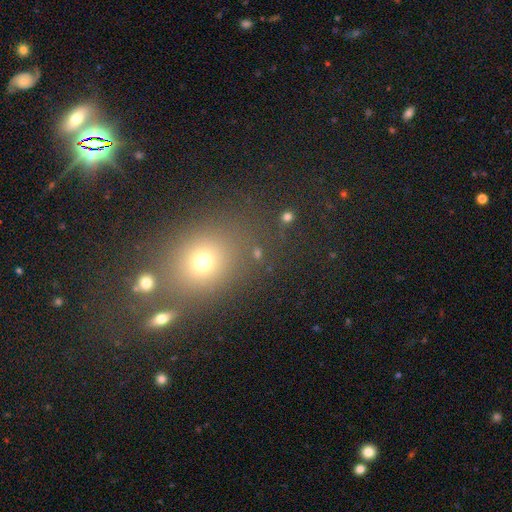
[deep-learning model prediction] smooth-or-featured: smooth: 54% | star or artifact: 35% | featured or disk: 11%
  how-rounded: round: 58% | in between: 40% | cigar-shaped: 2%
  merging: none: 74% | minor disturbance: 11% | merger: 7% | major disturbance: 7%